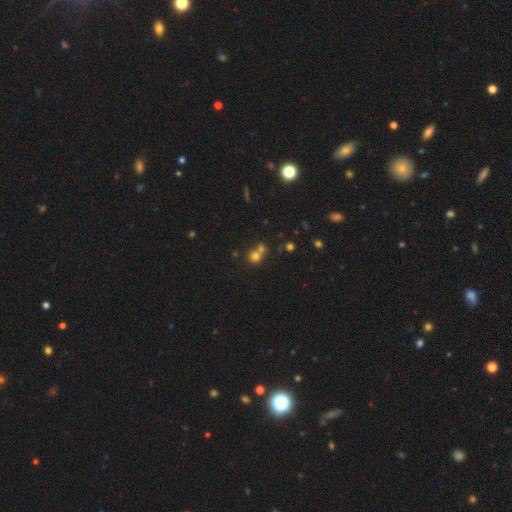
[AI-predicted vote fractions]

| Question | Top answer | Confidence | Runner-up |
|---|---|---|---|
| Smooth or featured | smooth | 70% | star or artifact (20%) |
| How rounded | round | 87% | in between (12%) |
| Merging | none | 47% | merger (44%) |